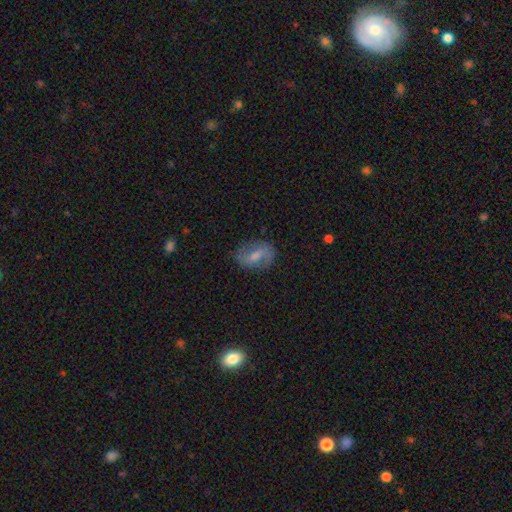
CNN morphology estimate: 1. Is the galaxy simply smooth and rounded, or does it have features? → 61% featured or disk, 29% smooth, 10% star or artifact.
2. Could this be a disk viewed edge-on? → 95% no, 5% yes.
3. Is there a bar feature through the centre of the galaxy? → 50% weak, 29% strong, 21% no.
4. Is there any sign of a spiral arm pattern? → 81% yes, 19% no.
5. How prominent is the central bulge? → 45% moderate, 42% small, 8% none, 4% large, 1% dominant.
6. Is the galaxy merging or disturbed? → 78% none, 15% minor disturbance, 5% major disturbance, 1% merger.